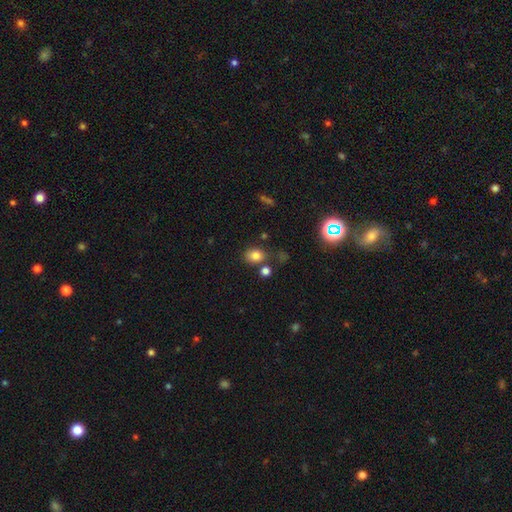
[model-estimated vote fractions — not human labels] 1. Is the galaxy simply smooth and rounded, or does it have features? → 79% smooth, 14% star or artifact, 8% featured or disk.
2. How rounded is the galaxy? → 59% in between, 40% round, 1% cigar-shaped.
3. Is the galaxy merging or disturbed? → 68% none, 14% minor disturbance, 12% merger, 6% major disturbance.